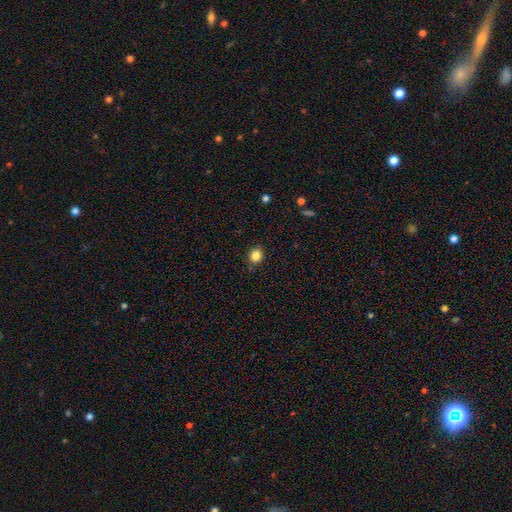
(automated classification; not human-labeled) A smooth galaxy with no disk features (84%) that is round (77%). Merging: none (86%).